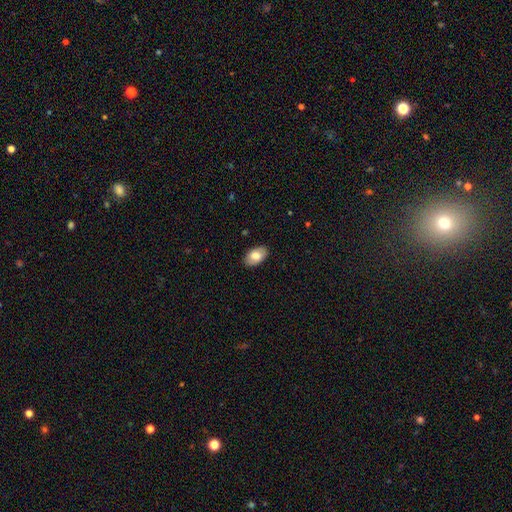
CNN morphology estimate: Smooth or featured? Predicted: smooth (p=0.78). How rounded? Predicted: in between (p=0.93). Merging? Predicted: none (p=0.87).